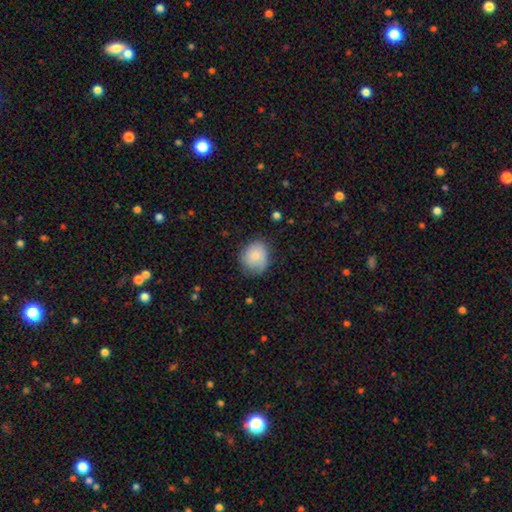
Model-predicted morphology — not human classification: A smooth galaxy with no disk features (77%) that is round (71%). Merging: none (67%).